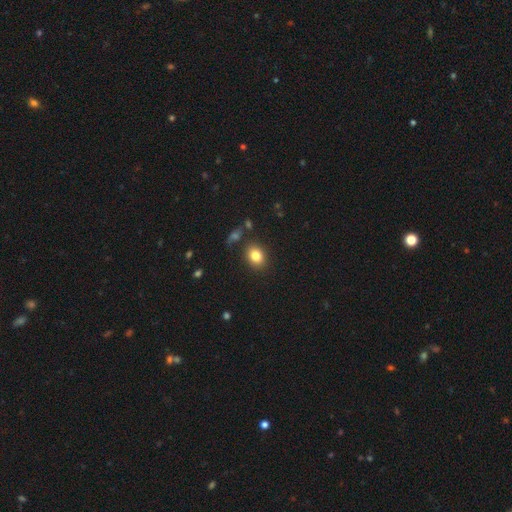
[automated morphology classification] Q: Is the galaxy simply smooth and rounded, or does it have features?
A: smooth — 82%.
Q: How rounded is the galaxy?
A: in between — 57%.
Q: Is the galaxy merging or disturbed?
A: none — 83%.